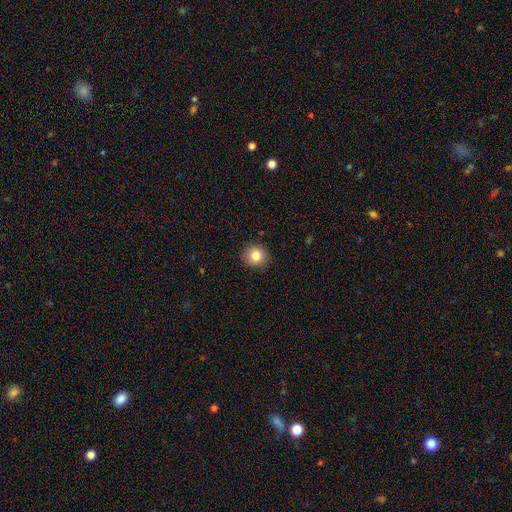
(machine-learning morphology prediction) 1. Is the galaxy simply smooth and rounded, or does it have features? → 83% smooth, 10% star or artifact, 7% featured or disk.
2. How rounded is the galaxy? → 91% round, 8% in between, 1% cigar-shaped.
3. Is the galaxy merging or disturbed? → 91% none, 6% minor disturbance, 2% major disturbance, 1% merger.